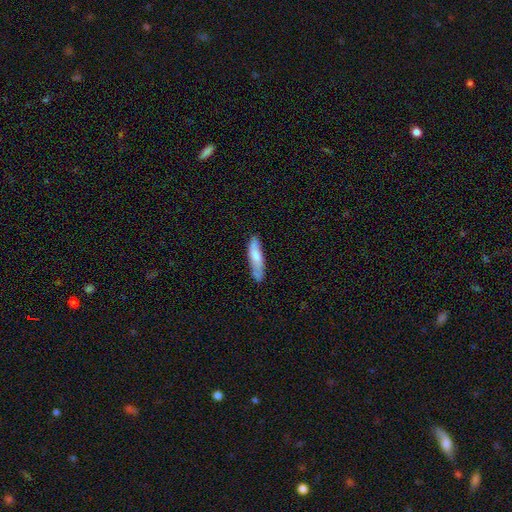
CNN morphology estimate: Smooth or featured? Predicted: smooth (p=0.69). How rounded? Predicted: cigar-shaped (p=0.70). Merging? Predicted: none (p=0.72).